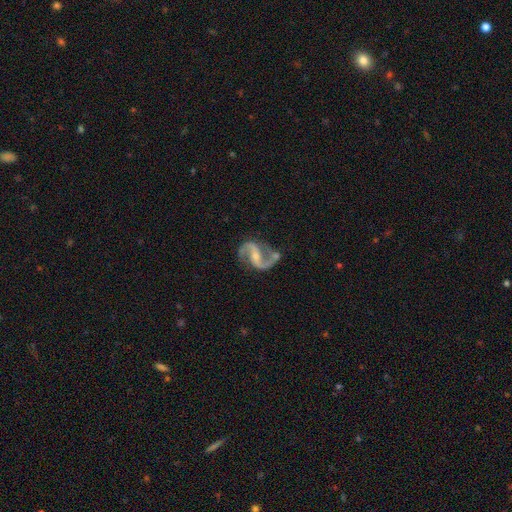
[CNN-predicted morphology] smooth_or_featured: featured or disk (p=0.92) [alt: star or artifact p=0.04]
disk_edge_on: no (p=0.98) [alt: yes p=0.02]
bar: weak (p=0.41) [alt: no p=0.33]
has_spiral_arms: yes (p=0.98) [alt: no p=0.02]
spiral_winding: medium (p=0.47) [alt: loose p=0.45]
spiral_arm_count: 2 (p=0.94) [alt: 1 p=0.02]
bulge_size: small (p=0.53) [alt: moderate p=0.36]
merging: none (p=0.66) [alt: minor disturbance p=0.17]